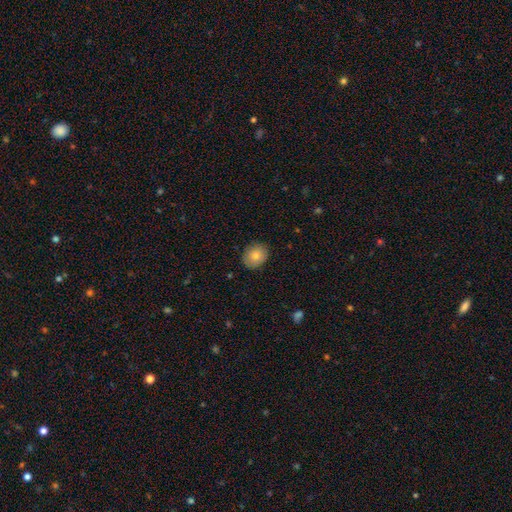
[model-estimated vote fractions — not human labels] smooth 80%, featured or disk 12%, star or artifact 8%. Down the decision tree: how rounded — round (58%); merging — none (85%).